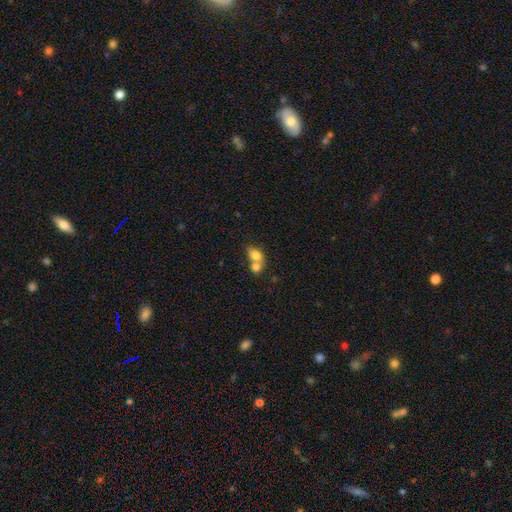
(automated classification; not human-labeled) Smooth or featured? smooth (75%)
How rounded? in between (50%)
Merging? merger (65%)